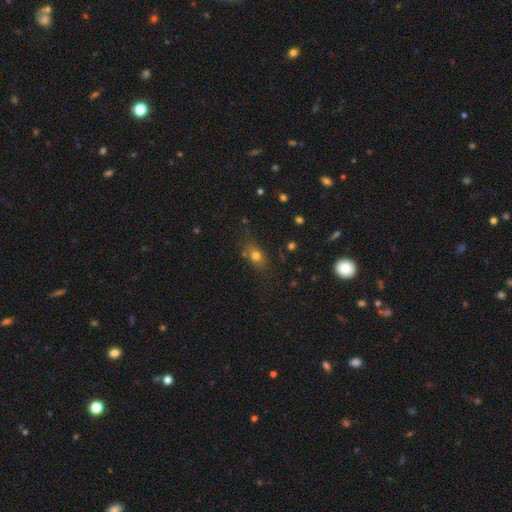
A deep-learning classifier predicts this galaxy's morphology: Smooth or featured?
  - smooth: 71% *
  - star or artifact: 15%
  - featured or disk: 14%
How rounded?
  - in between: 65% *
  - round: 26%
  - cigar-shaped: 9%
Merging?
  - none: 69% *
  - minor disturbance: 19%
  - major disturbance: 7%
  - merger: 5%